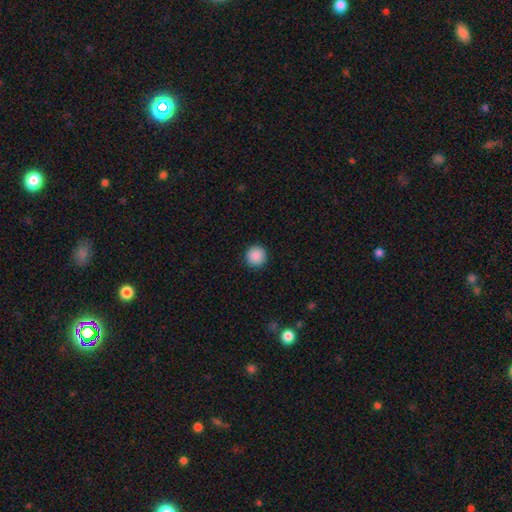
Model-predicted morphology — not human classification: smooth-or-featured: smooth: 89% | star or artifact: 8% | featured or disk: 2%
  how-rounded: round: 96% | in between: 3% | cigar-shaped: 1%
  merging: none: 92% | minor disturbance: 5% | major disturbance: 2% | merger: 1%